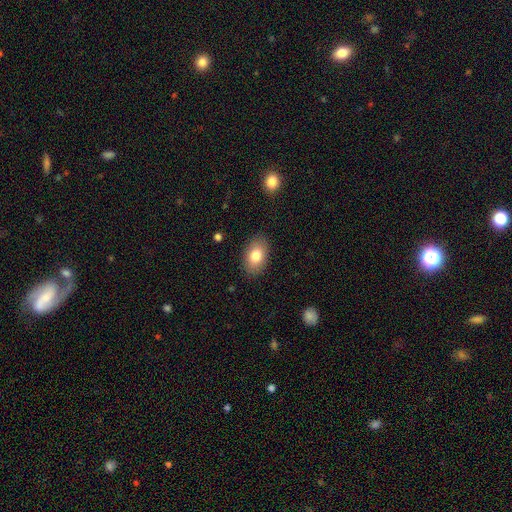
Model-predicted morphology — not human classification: Smooth or featured: smooth — 80% (featured or disk — 12%)
How rounded: in between — 89% (round — 10%)
Merging: none — 87% (minor disturbance — 9%)